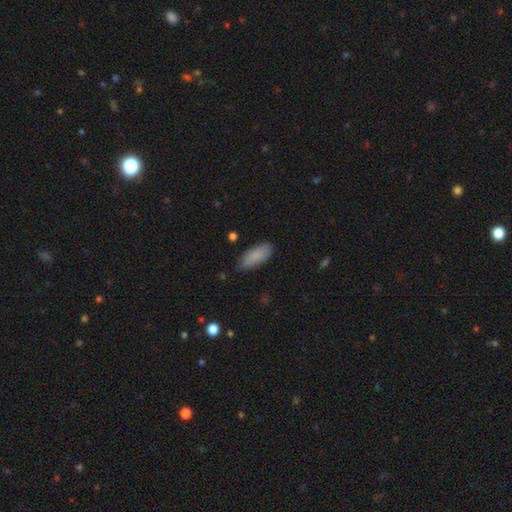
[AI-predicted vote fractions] The model was most divided on "how rounded": in between: 80%, cigar-shaped: 18%, round: 2%. More confident: smooth or featured — smooth (87%); merging — none (80%).